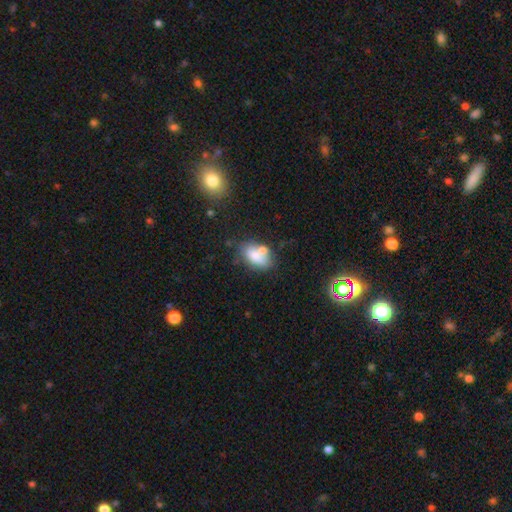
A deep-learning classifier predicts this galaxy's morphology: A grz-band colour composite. It shows a smooth galaxy with no disk features (72%) that is in between round and cigar-shaped (87%). Merging: none (46%).